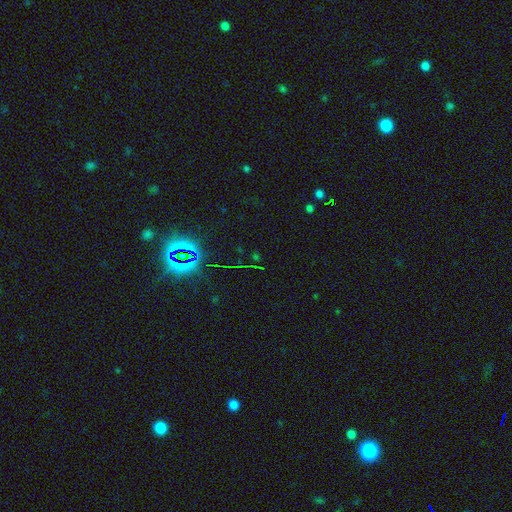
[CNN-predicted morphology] Smooth or featured? star or artifact (77%)